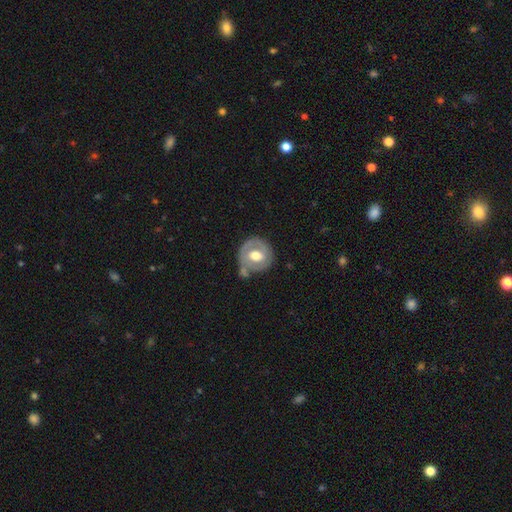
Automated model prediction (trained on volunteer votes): smooth_or_featured: featured or disk (p=0.62) [alt: smooth p=0.33]
disk_edge_on: no (p=0.96) [alt: yes p=0.04]
bar: no (p=0.55) [alt: weak p=0.35]
has_spiral_arms: yes (p=0.60) [alt: no p=0.40]
bulge_size: moderate (p=0.66) [alt: large p=0.26]
merging: none (p=0.58) [alt: minor disturbance p=0.23]